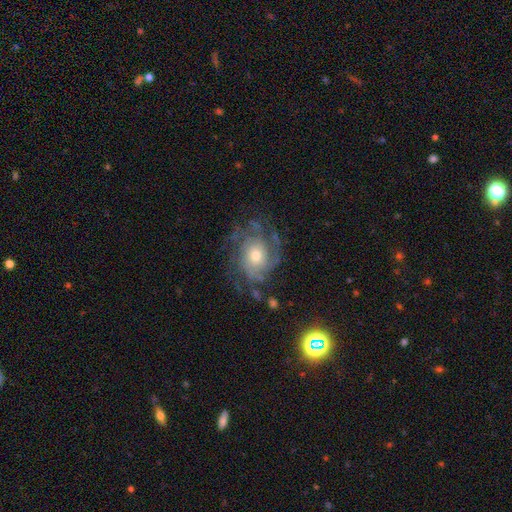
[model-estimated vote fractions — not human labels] A featured or disk galaxy (83%) with no bar (81%), tight (55%) spiral arms (93%) and a moderate central bulge (53%).

Vote fractions:
- Smooth or featured? featured or disk: 83% / smooth: 10% / star or artifact: 7%
- Edge-on disk? no: 97% / yes: 3%
- Bar? no: 81% / weak: 17% / strong: 3%
- Spiral arms? yes: 93% / no: 7%
- Spiral winding? tight: 55% / medium: 33% / loose: 12%
- Spiral arm count? can't tell: 36% / 4: 19% / 3: 17% / 2: 11% / more than 4: 9% / 1: 7%
- Bulge size? moderate: 53% / small: 38% / large: 6% / none: 1% / dominant: 1%
- Merging? none: 67% / minor disturbance: 18% / major disturbance: 13% / merger: 2%